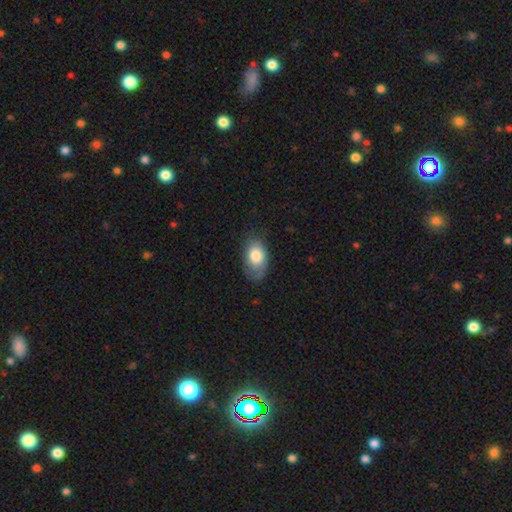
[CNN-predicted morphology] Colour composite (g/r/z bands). It shows a smooth galaxy with no disk features (77%) that is in between round and cigar-shaped (90%). Merging: none (58%).